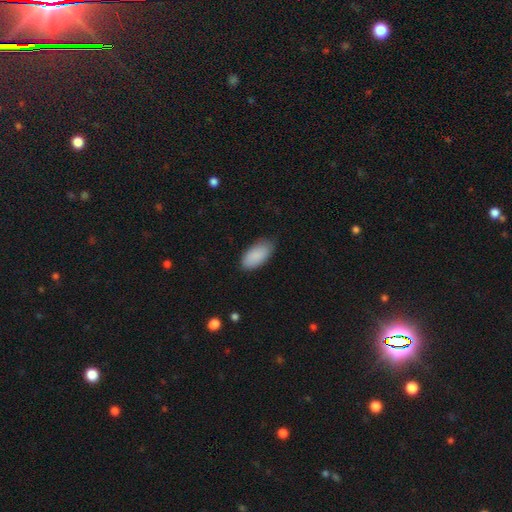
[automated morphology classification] smooth 89%, star or artifact 6%, featured or disk 5%. Down the decision tree: how rounded — in between (94%); merging — none (77%).